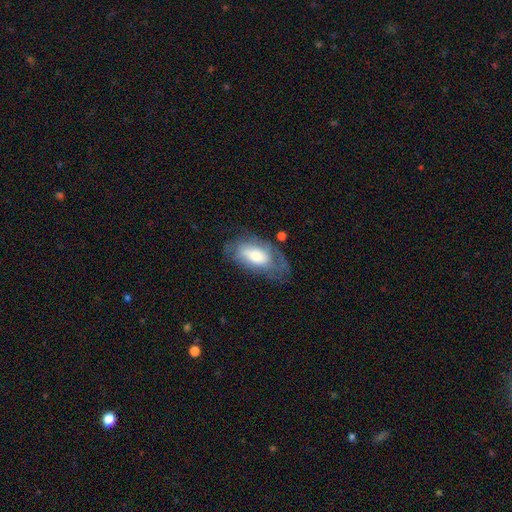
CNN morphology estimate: Smooth or featured: smooth — 54% (featured or disk — 39%)
How rounded: in between — 91% (cigar-shaped — 6%)
Merging: none — 51% (minor disturbance — 28%)